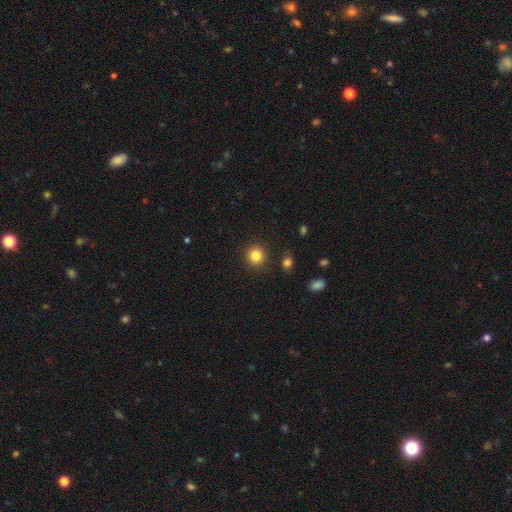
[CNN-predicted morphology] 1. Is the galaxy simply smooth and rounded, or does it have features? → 84% smooth, 11% star or artifact, 5% featured or disk.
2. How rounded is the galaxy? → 93% round, 6% in between, 1% cigar-shaped.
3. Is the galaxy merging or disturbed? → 90% none, 6% minor disturbance, 2% major disturbance, 2% merger.